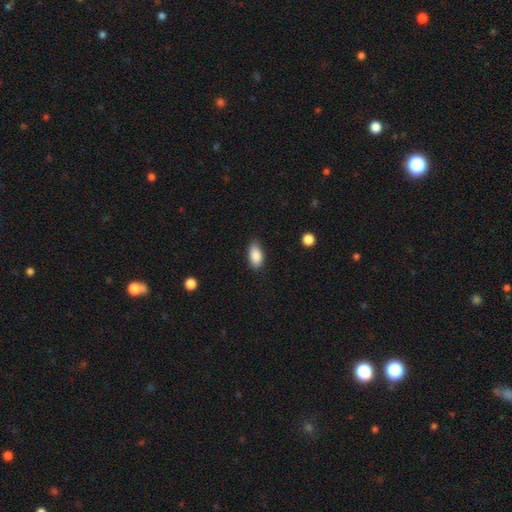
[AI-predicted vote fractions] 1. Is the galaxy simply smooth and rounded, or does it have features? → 88% smooth, 7% star or artifact, 4% featured or disk.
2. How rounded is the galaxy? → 92% in between, 4% cigar-shaped, 4% round.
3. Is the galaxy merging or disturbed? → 81% none, 15% minor disturbance, 3% major disturbance, 1% merger.